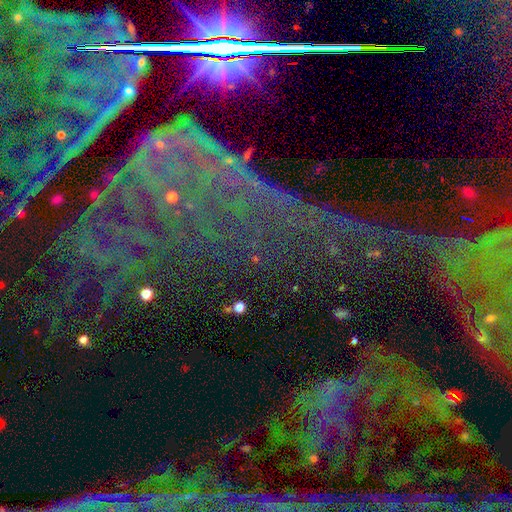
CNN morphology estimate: Smooth or featured? star or artifact (81%)